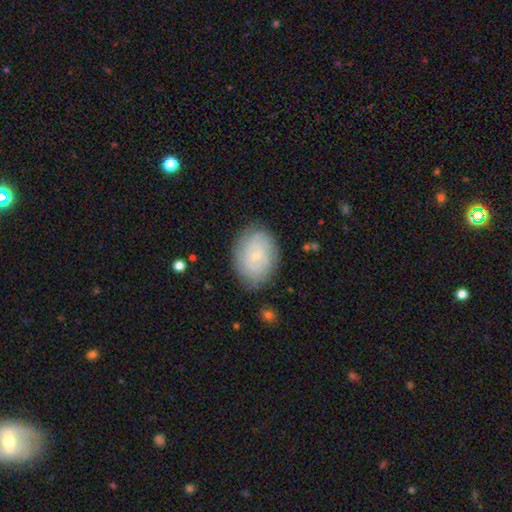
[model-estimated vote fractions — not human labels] Smooth or featured? featured or disk (59%)
Edge-on disk? no (96%)
Bar? no (75%)
Spiral arms? yes (83%)
Bulge size? small (83%)
Merging? none (80%)